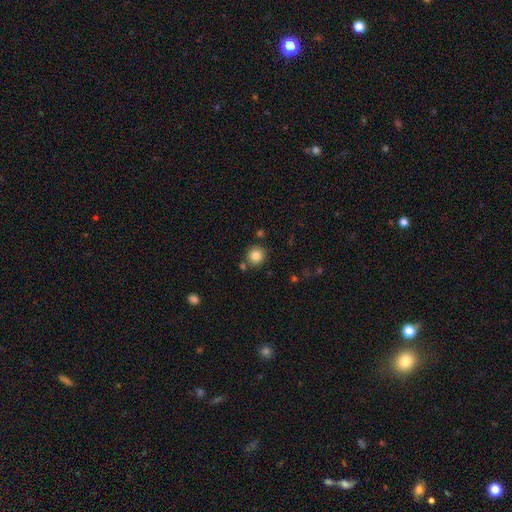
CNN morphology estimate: This appears to be a smooth galaxy with no disk features (84%) that is round (93%). Merging: none (82%).